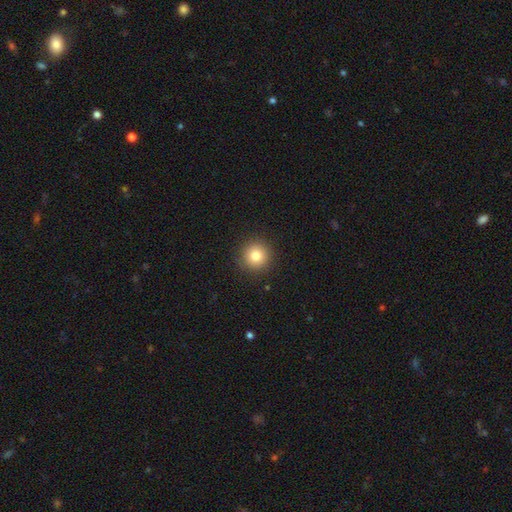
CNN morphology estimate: Smooth or featured: smooth — 81% (star or artifact — 11%)
How rounded: round — 95% (in between — 4%)
Merging: none — 92% (minor disturbance — 5%)